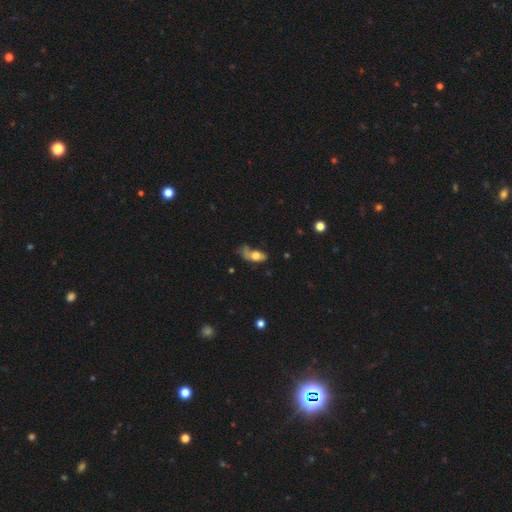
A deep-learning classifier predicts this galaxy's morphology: Smooth or featured?
  - smooth: 61% *
  - featured or disk: 30%
  - star or artifact: 9%
How rounded?
  - in between: 82% *
  - cigar-shaped: 9%
  - round: 9%
Merging?
  - major disturbance: 44% *
  - minor disturbance: 26%
  - none: 22%
  - merger: 8%